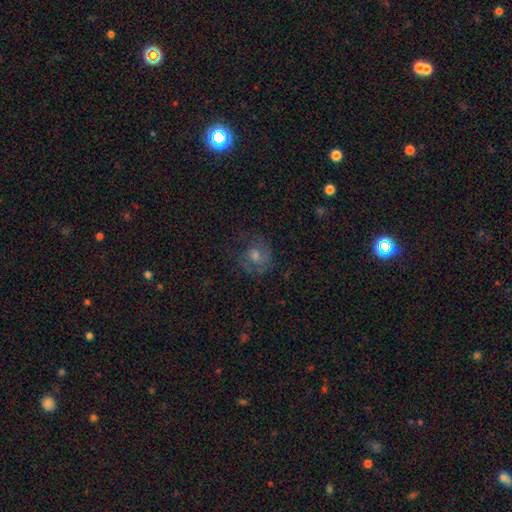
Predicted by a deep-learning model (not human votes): A featured or disk galaxy (46%).

Vote fractions:
- Smooth or featured? featured or disk: 46% / smooth: 38% / star or artifact: 17%
- Merging? none: 62% / minor disturbance: 20% / major disturbance: 16% / merger: 2%